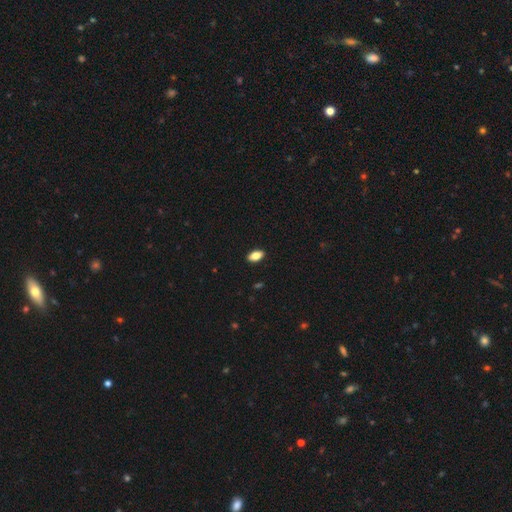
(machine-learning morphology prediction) This appears to be a smooth galaxy with no disk features (82%) that is in between round and cigar-shaped (91%). Merging: none (90%).